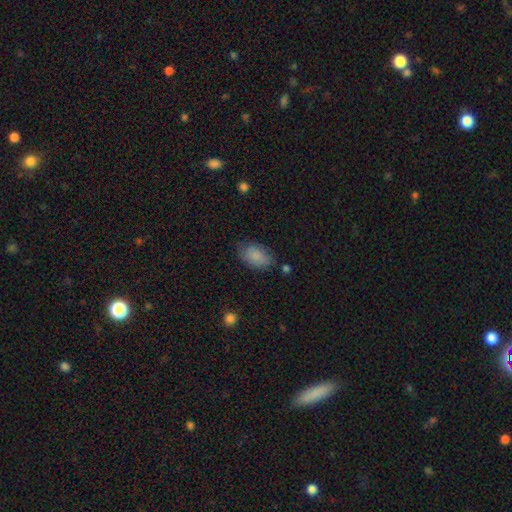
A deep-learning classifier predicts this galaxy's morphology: Q: Smooth or featured?
A: smooth (85%); runner-up: star or artifact (8%)
Q: How rounded?
A: in between (90%); runner-up: round (9%)
Q: Merging?
A: none (70%); runner-up: minor disturbance (22%)